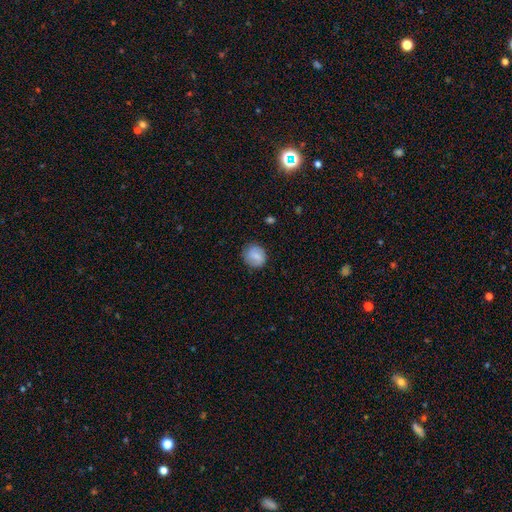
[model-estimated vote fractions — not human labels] Overall: smooth (77%). How rounded: round (77%). Merging: none (82%).